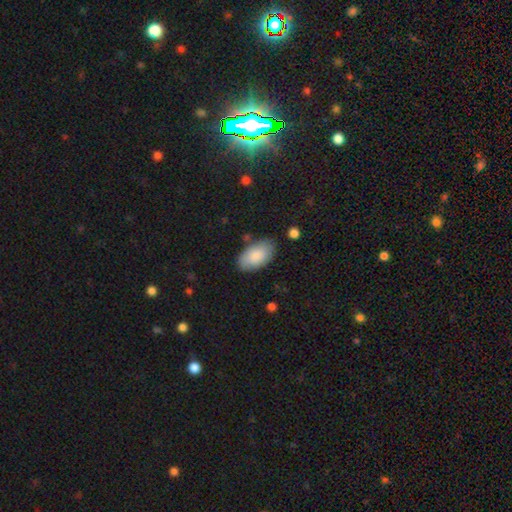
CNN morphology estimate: smooth-or-featured: smooth: 84% | featured or disk: 10% | star or artifact: 6%
  how-rounded: in between: 95% | round: 3% | cigar-shaped: 1%
  merging: none: 79% | minor disturbance: 15% | major disturbance: 4% | merger: 2%